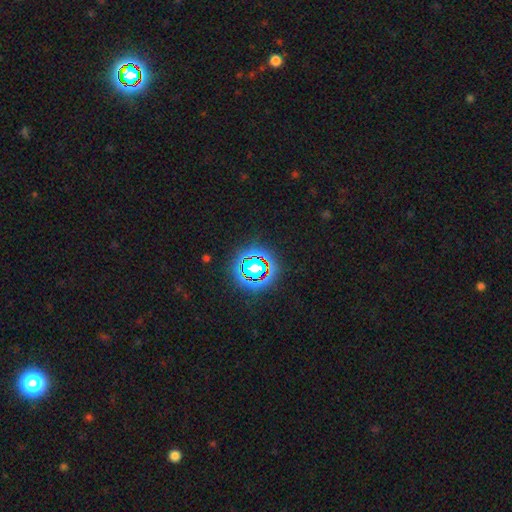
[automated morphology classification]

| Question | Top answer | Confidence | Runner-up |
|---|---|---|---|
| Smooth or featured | star or artifact | 79% | smooth (13%) |